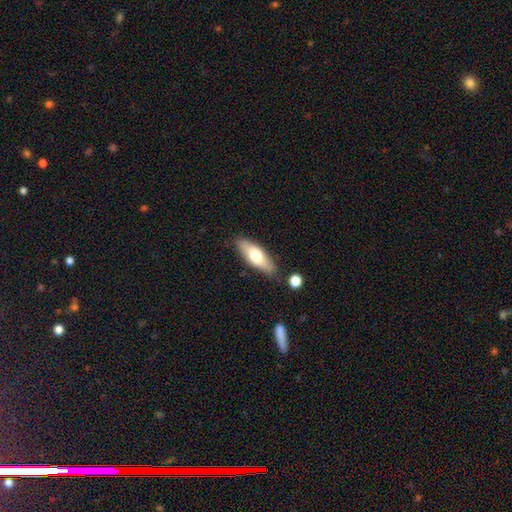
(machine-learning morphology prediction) type=smooth (65%); roundness=in between (60%); merging=none (80%).